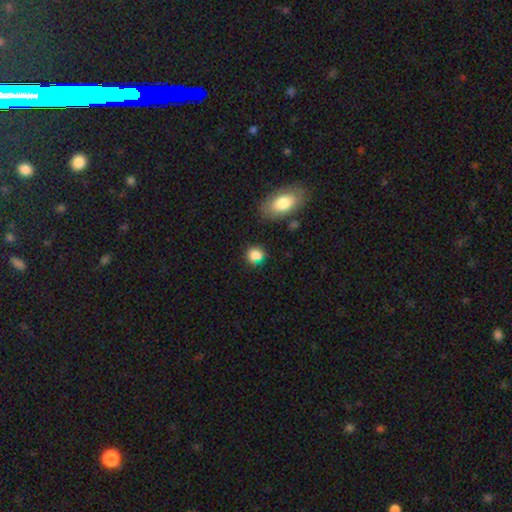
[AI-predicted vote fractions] smooth_or_featured: smooth (p=0.83) [alt: star or artifact p=0.11]
how_rounded: round (p=0.75) [alt: in between p=0.23]
merging: none (p=0.72) [alt: minor disturbance p=0.15]